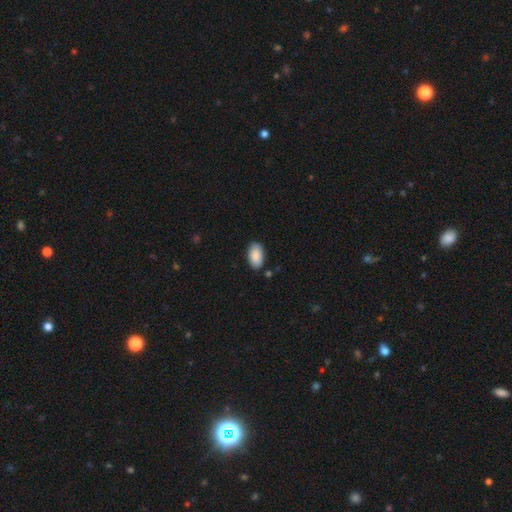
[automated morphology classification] A smooth galaxy with no disk features (89%) that is in between round and cigar-shaped (95%).

Vote fractions:
- Smooth or featured? smooth: 89% / star or artifact: 6% / featured or disk: 5%
- How rounded? in between: 95% / round: 4% / cigar-shaped: 2%
- Merging? none: 83% / minor disturbance: 12% / major disturbance: 2% / merger: 2%